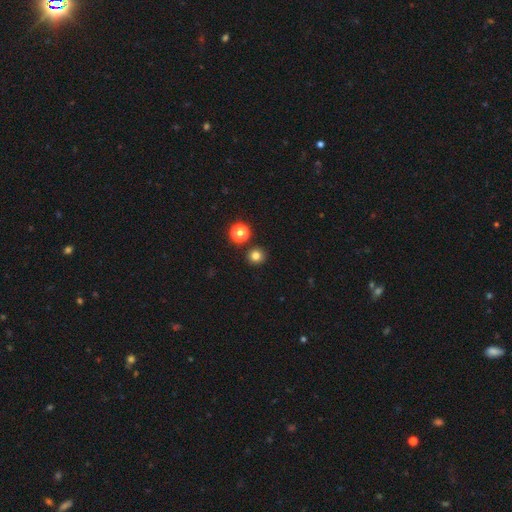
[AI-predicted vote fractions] smooth 80%, star or artifact 15%, featured or disk 5%. Down the decision tree: how rounded — round (92%); merging — none (89%).